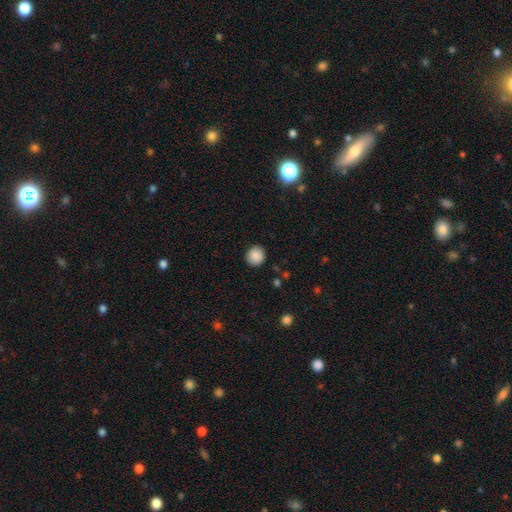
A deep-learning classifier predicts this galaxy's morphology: smooth 88%, star or artifact 9%, featured or disk 3%. Down the decision tree: how rounded — round (90%); merging — none (90%).